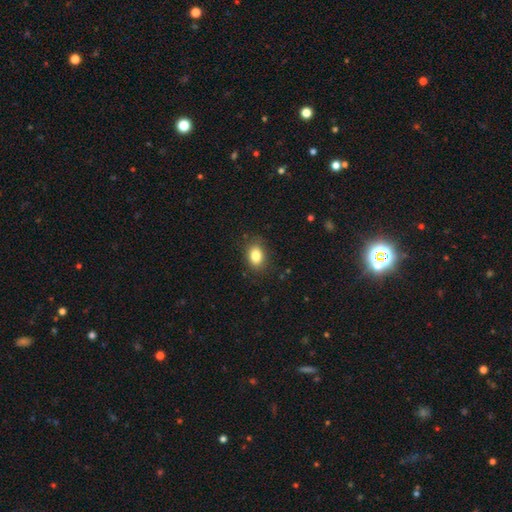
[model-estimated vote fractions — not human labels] Smooth or featured? smooth (85%)
How rounded? in between (78%)
Merging? none (84%)